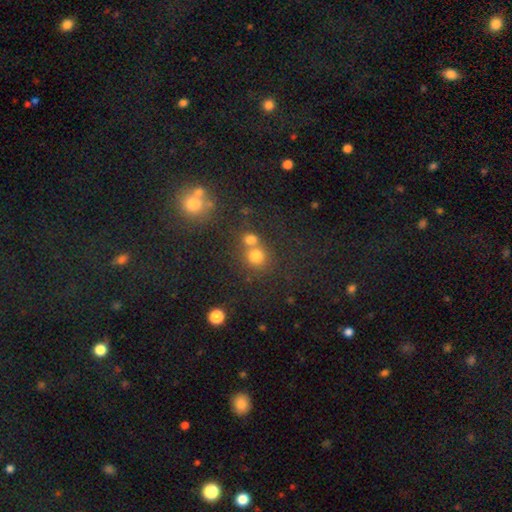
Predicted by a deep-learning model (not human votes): This is likely a smooth galaxy (73%). How rounded: clearly round (86%). Merging: possibly none (47%).